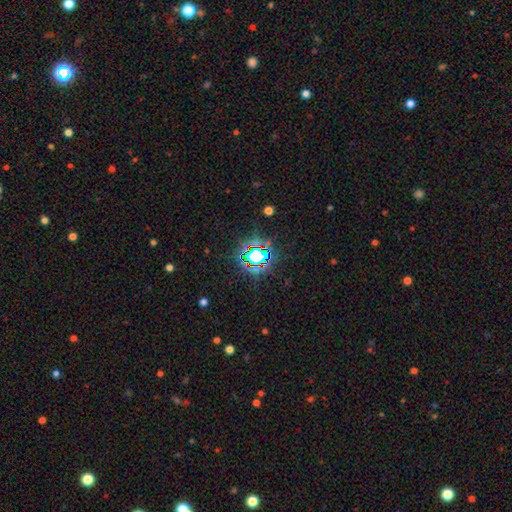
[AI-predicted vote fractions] star or artifact 73%, smooth 17%, featured or disk 11%.